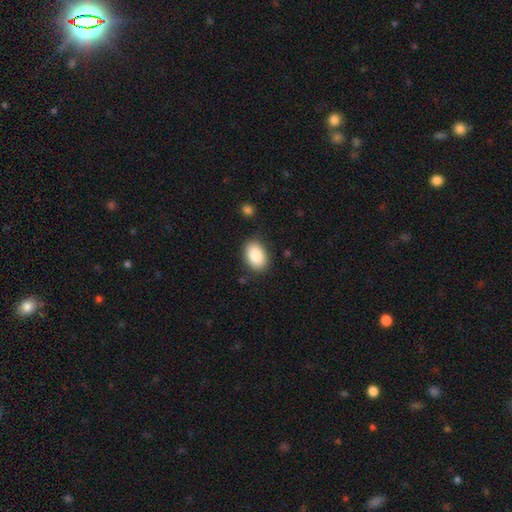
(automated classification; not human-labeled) A smooth galaxy with no disk features (86%) that is in between round and cigar-shaped (86%). Merging: none (85%).